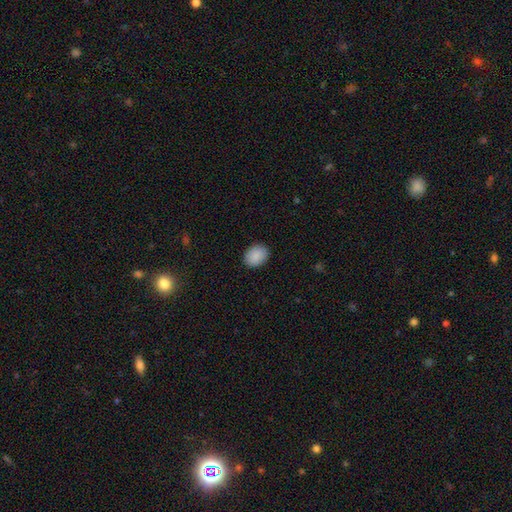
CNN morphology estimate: smooth_or_featured: smooth (p=0.90) [alt: star or artifact p=0.07]
how_rounded: in between (p=0.60) [alt: round p=0.39]
merging: none (p=0.90) [alt: minor disturbance p=0.08]